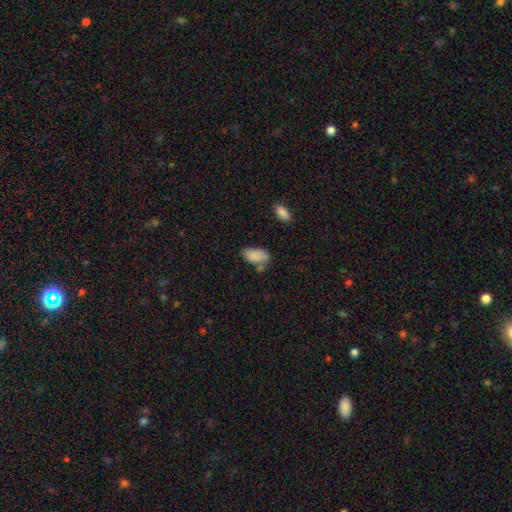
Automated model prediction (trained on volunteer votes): Smooth or featured? Predicted: smooth (p=0.84). How rounded? Predicted: in between (p=0.94). Merging? Predicted: none (p=0.50).